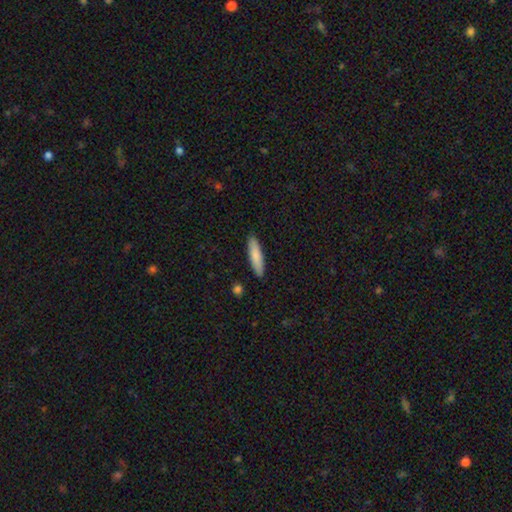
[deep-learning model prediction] Morphology: type=smooth (82%); roundness=cigar-shaped (78%); merging=none (90%).